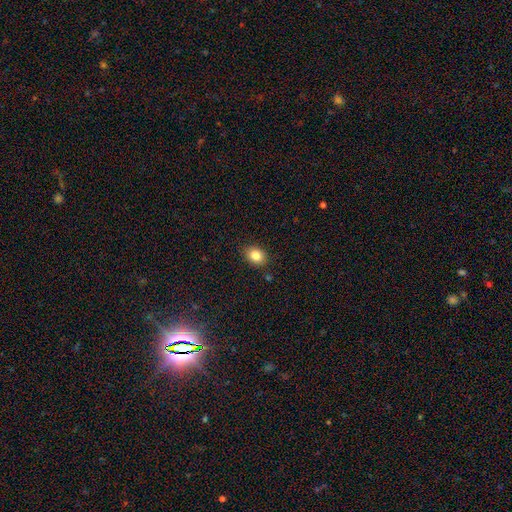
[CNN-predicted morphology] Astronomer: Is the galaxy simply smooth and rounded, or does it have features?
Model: smooth — 84%.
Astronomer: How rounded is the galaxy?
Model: in between — 62%.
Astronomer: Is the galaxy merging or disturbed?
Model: none — 87%.